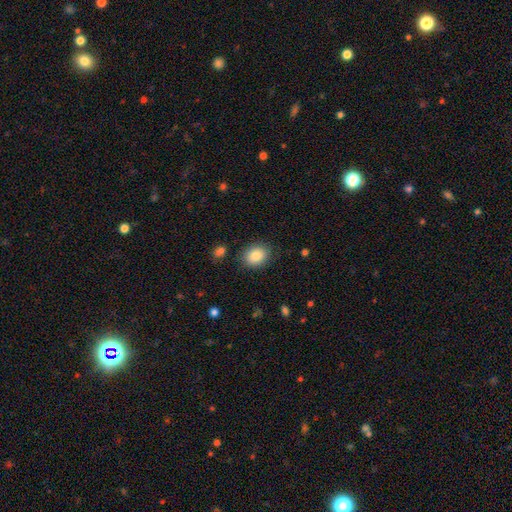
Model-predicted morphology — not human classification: Smooth or featured? smooth (86%)
How rounded? in between (58%)
Merging? none (85%)